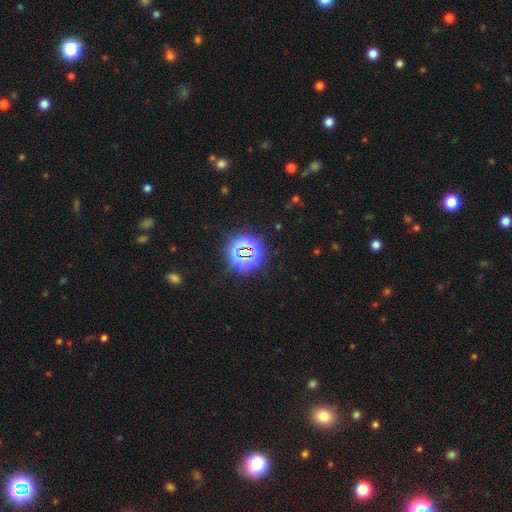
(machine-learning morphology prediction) Smooth or featured? Predicted: star or artifact (p=0.79).